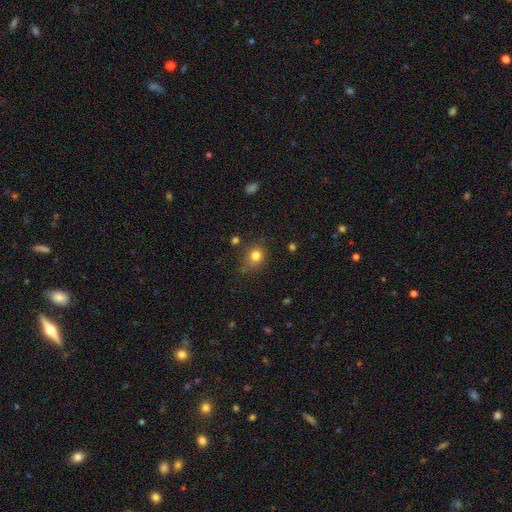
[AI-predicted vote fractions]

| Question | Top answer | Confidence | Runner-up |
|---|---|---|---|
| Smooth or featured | smooth | 80% | star or artifact (13%) |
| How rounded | round | 72% | in between (27%) |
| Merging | none | 72% | minor disturbance (18%) |